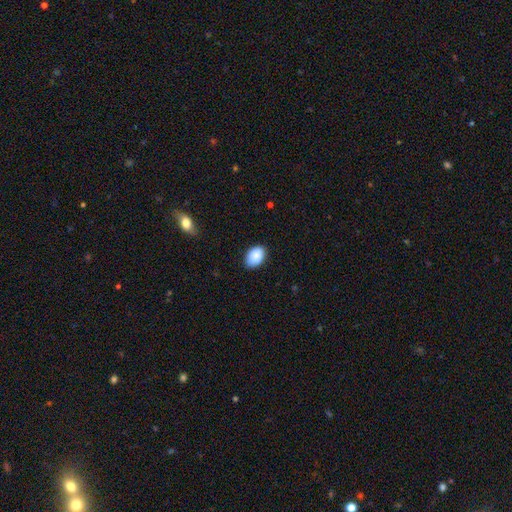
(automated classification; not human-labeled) A smooth galaxy with no disk features (89%) that is in between round and cigar-shaped (86%).

Vote fractions:
- Smooth or featured? smooth: 89% / star or artifact: 7% / featured or disk: 4%
- How rounded? in between: 86% / round: 13% / cigar-shaped: 1%
- Merging? none: 84% / minor disturbance: 12% / major disturbance: 2% / merger: 1%